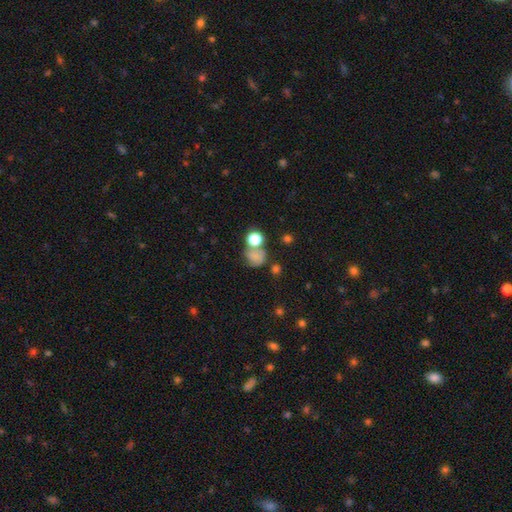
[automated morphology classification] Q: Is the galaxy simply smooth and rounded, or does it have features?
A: smooth — 71%.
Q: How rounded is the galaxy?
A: round — 71%.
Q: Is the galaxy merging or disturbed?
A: none — 45%.